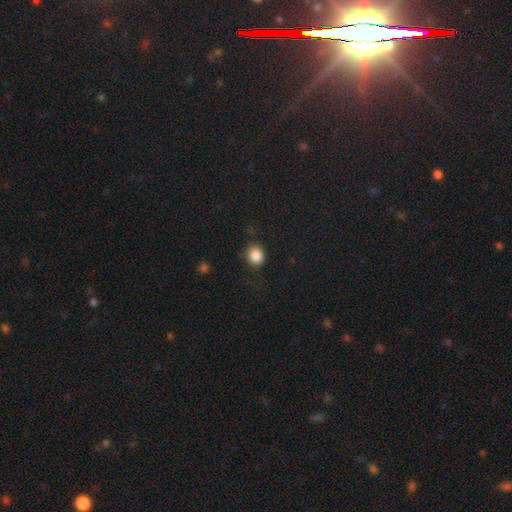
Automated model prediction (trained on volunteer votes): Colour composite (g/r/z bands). It shows a smooth galaxy with no disk features (87%) that is round (83%). Merging: none (81%).